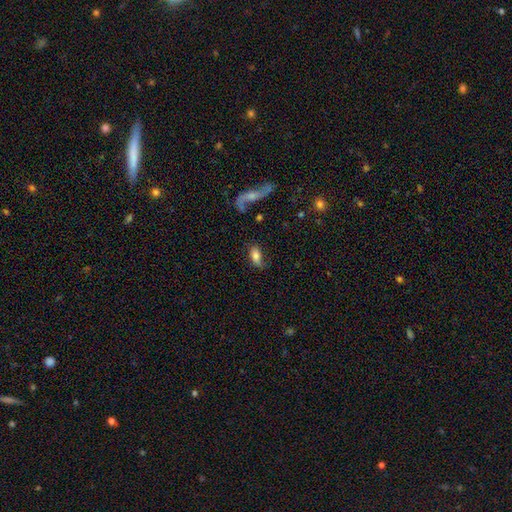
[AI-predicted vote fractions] Morphology: type=smooth (69%); roundness=in between (89%); merging=none (64%).